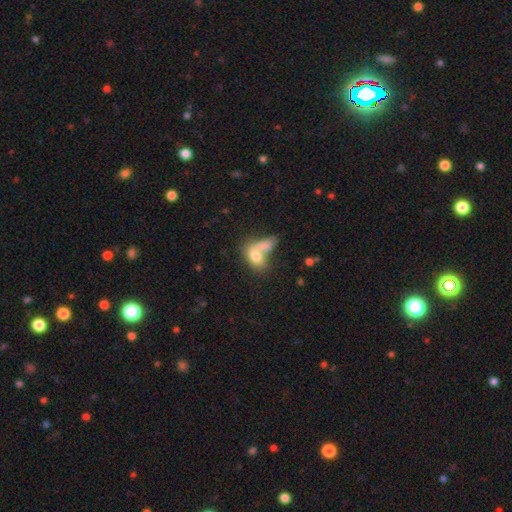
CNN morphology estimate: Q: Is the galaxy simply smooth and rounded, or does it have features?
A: smooth — 72%.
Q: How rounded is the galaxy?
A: in between — 79%.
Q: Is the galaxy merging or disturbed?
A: merger — 61%.